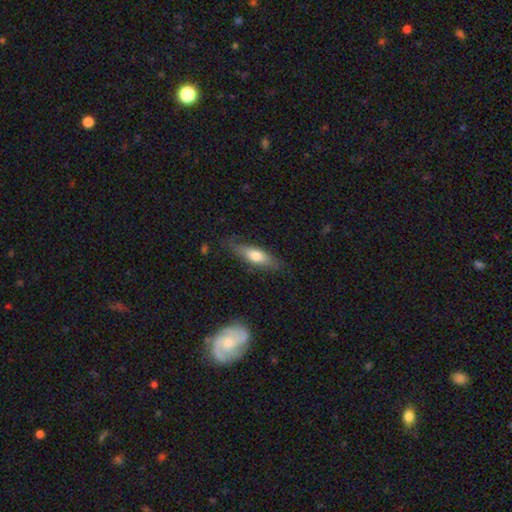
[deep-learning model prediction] Smooth or featured? Predicted: smooth (p=0.66). How rounded? Predicted: in between (p=0.50). Merging? Predicted: none (p=0.76).